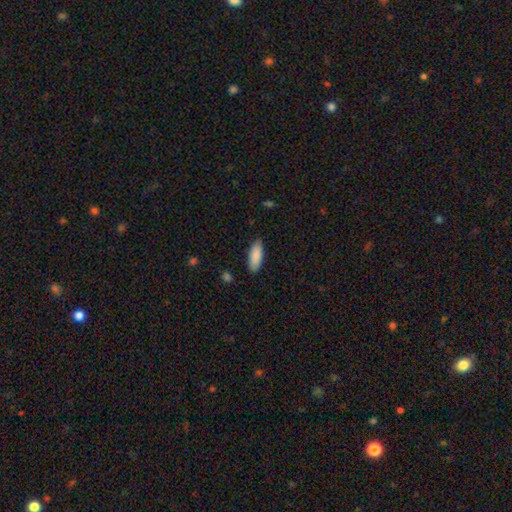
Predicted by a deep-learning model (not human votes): Smooth or featured? Predicted: smooth (p=0.89). How rounded? Predicted: in between (p=0.73). Merging? Predicted: none (p=0.86).